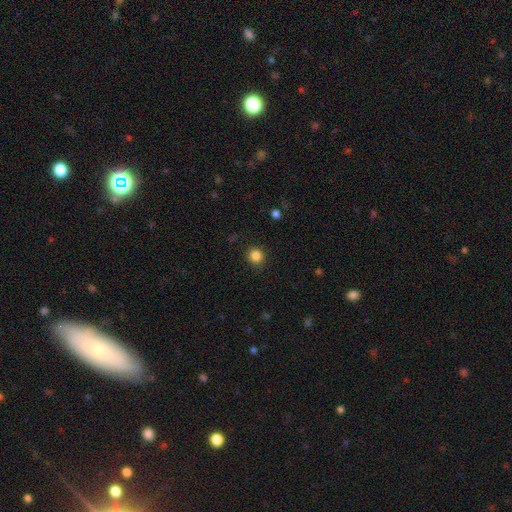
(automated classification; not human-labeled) The model was most divided on "smooth or featured": smooth: 85%, star or artifact: 11%, featured or disk: 4%. More confident: how rounded — round (92%); merging — none (90%).